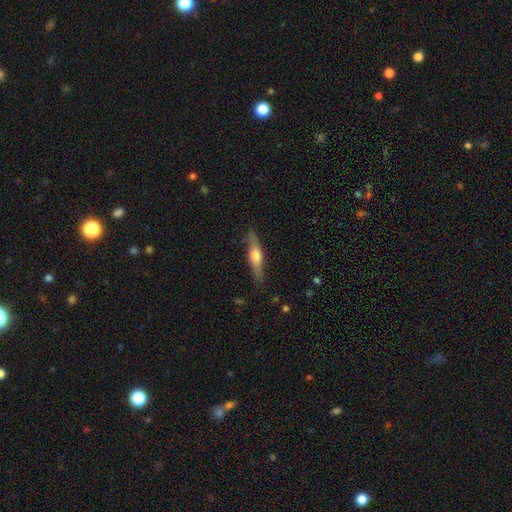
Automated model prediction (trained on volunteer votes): smooth_or_featured: featured or disk (p=0.51) [alt: smooth p=0.43]
disk_edge_on: yes (p=0.91) [alt: no p=0.09]
merging: none (p=0.81) [alt: minor disturbance p=0.14]